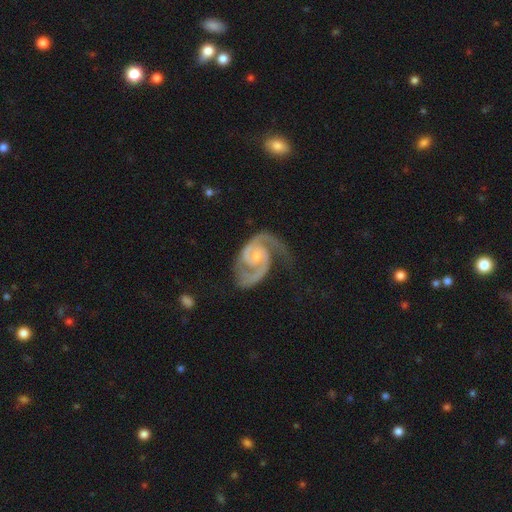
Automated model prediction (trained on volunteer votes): A featured or disk galaxy (93%) with no bar (57%), 2 (91%) medium (55%) spiral arms (98%) and a small central bulge (58%).

Vote fractions:
- Smooth or featured? featured or disk: 93% / star or artifact: 4% / smooth: 3%
- Edge-on disk? no: 98% / yes: 2%
- Bar? no: 57% / weak: 35% / strong: 8%
- Spiral arms? yes: 98% / no: 2%
- Spiral winding? medium: 55% / tight: 33% / loose: 12%
- Spiral arm count? 2: 91% / 1: 3% / can't tell: 2% / 3: 2% / 4: 1% / more than 4: 1%
- Bulge size? small: 58% / moderate: 31% / none: 8% / large: 2% / dominant: 1%
- Merging? none: 61% / minor disturbance: 22% / major disturbance: 15% / merger: 2%